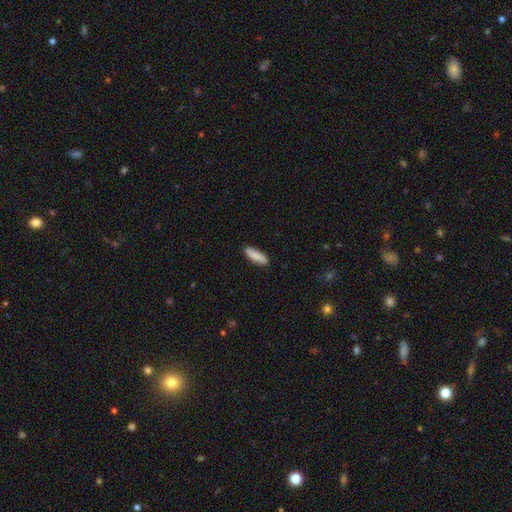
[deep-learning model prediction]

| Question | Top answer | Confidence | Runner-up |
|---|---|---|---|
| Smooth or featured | smooth | 82% | featured or disk (12%) |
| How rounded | cigar-shaped | 60% | in between (38%) |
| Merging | none | 86% | minor disturbance (11%) |